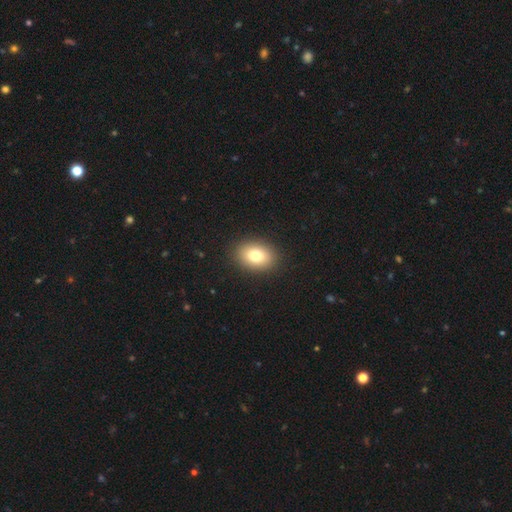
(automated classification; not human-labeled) Smooth or featured? Predicted: smooth (p=0.79). How rounded? Predicted: in between (p=0.74). Merging? Predicted: none (p=0.90).